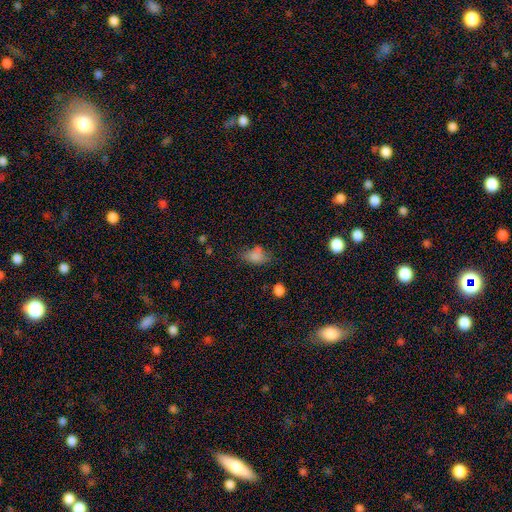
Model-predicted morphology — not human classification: This appears to be a smooth galaxy with no disk features (77%) that is in between round and cigar-shaped (80%). Merging: none (50%).